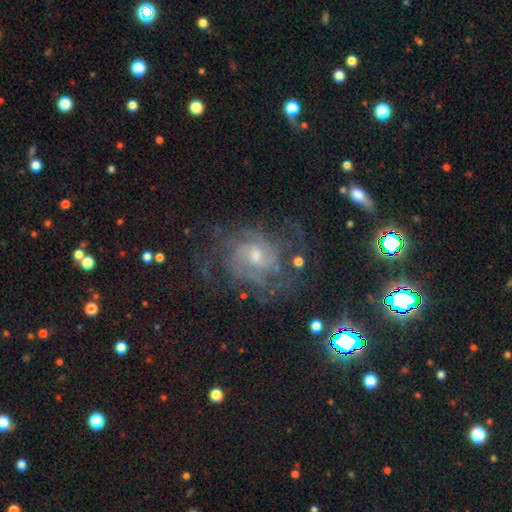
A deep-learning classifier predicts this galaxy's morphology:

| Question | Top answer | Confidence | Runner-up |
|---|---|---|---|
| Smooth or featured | featured or disk | 79% | star or artifact (12%) |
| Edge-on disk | no | 97% | yes (3%) |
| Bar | no | 56% | weak (38%) |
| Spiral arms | yes | 91% | no (9%) |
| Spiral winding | tight | 51% | medium (38%) |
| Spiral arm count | can't tell | 42% | 2 (19%) |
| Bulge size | small | 53% | moderate (40%) |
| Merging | none | 66% | minor disturbance (17%) |